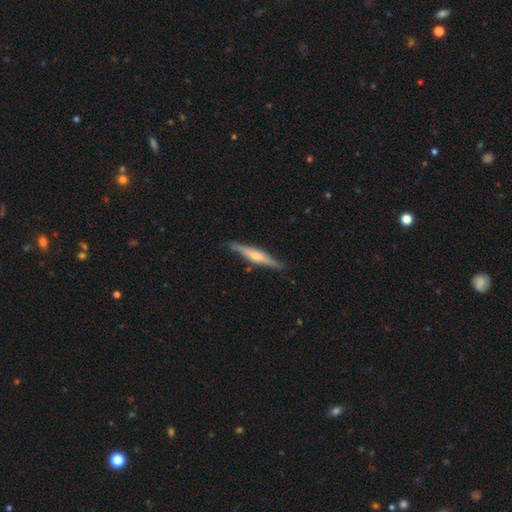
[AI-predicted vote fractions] A featured or disk galaxy (61%) viewed edge-on (95%) with a rounded central bulge (69%). Merging: none (83%).